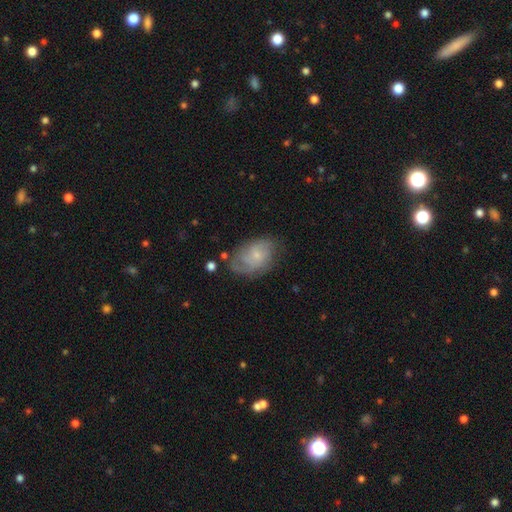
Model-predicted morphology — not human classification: Q: Smooth or featured?
A: featured or disk (55%); runner-up: smooth (37%)
Q: Edge-on disk?
A: no (96%); runner-up: yes (4%)
Q: Bar?
A: no (78%); runner-up: weak (19%)
Q: Spiral arms?
A: yes (81%); runner-up: no (19%)
Q: Bulge size?
A: small (75%); runner-up: moderate (17%)
Q: Merging?
A: none (58%); runner-up: minor disturbance (27%)